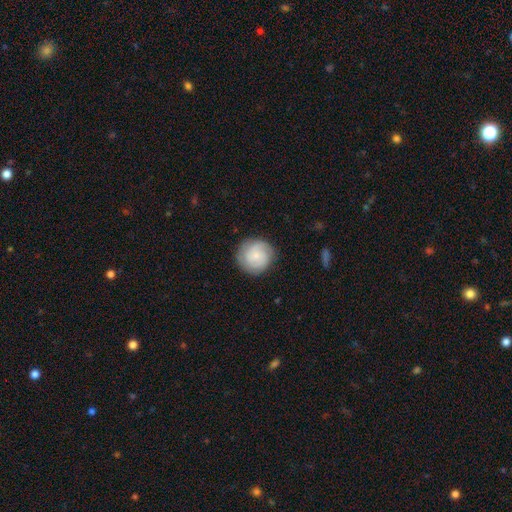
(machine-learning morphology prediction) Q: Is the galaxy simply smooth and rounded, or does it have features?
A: smooth — 49%.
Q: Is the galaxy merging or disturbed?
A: none — 85%.